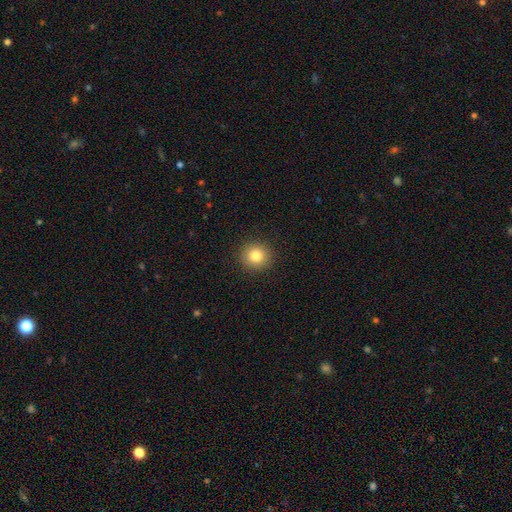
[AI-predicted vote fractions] smooth_or_featured: smooth (p=0.82) [alt: star or artifact p=0.11]
how_rounded: round (p=0.91) [alt: in between p=0.08]
merging: none (p=0.92) [alt: minor disturbance p=0.05]